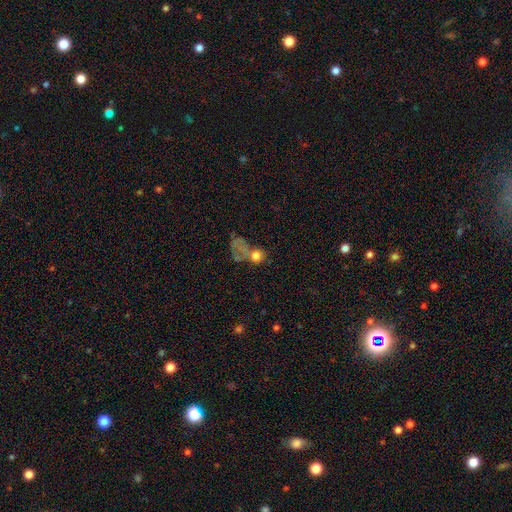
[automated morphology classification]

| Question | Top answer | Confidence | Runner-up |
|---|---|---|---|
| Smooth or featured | smooth | 62% | featured or disk (20%) |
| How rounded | round | 69% | in between (29%) |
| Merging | merger | 33% | none (29%) |